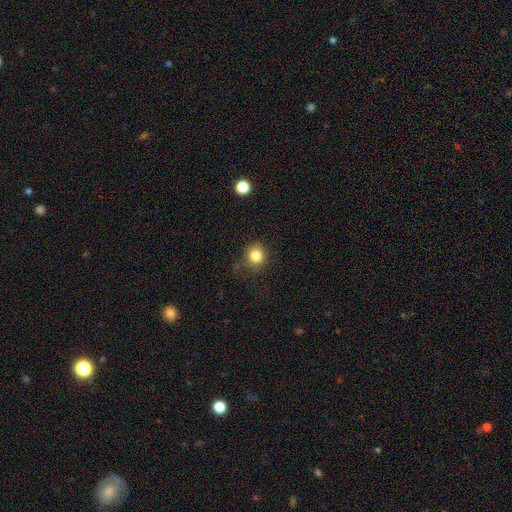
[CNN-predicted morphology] A smooth galaxy with no disk features (83%) that is round (86%).

Vote fractions:
- Smooth or featured? smooth: 83% / star or artifact: 11% / featured or disk: 6%
- How rounded? round: 86% / in between: 13% / cigar-shaped: 1%
- Merging? none: 81% / minor disturbance: 13% / major disturbance: 4% / merger: 2%